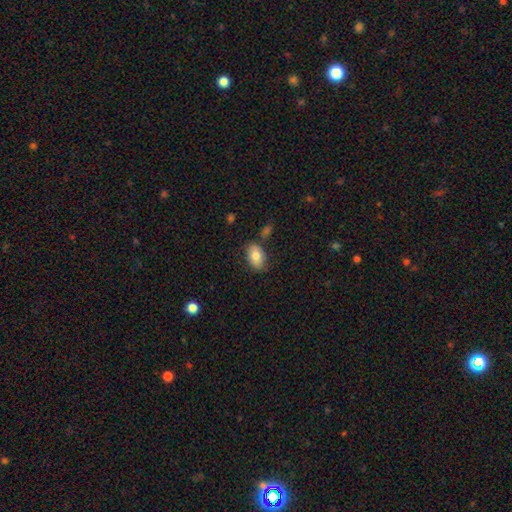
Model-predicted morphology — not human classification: smooth_or_featured: smooth (p=0.80) [alt: featured or disk p=0.13]
how_rounded: in between (p=0.90) [alt: round p=0.09]
merging: none (p=0.76) [alt: minor disturbance p=0.15]